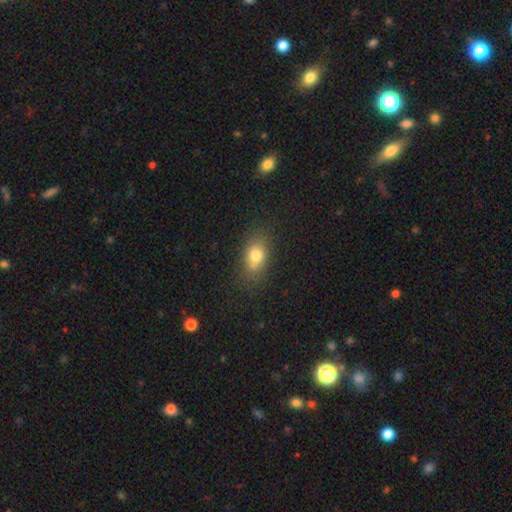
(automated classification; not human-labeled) Overall: smooth (76%). How rounded: in between (71%). Merging: none (64%).